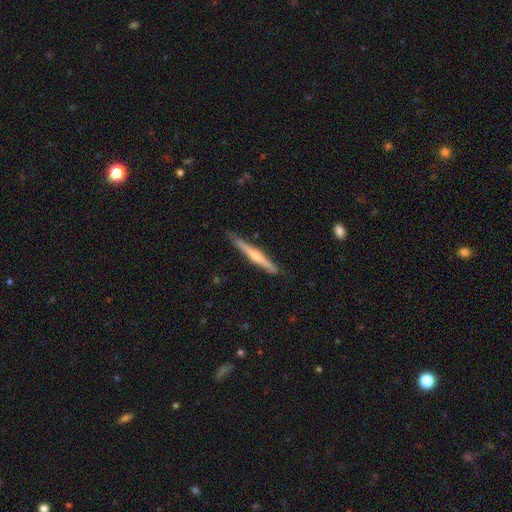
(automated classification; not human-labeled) Smooth or featured: featured or disk — 69% (smooth — 25%)
Edge-on disk: yes — 98% (no — 2%)
Edge-on bulge: rounded — 85% (none — 11%)
Merging: none — 87% (minor disturbance — 10%)